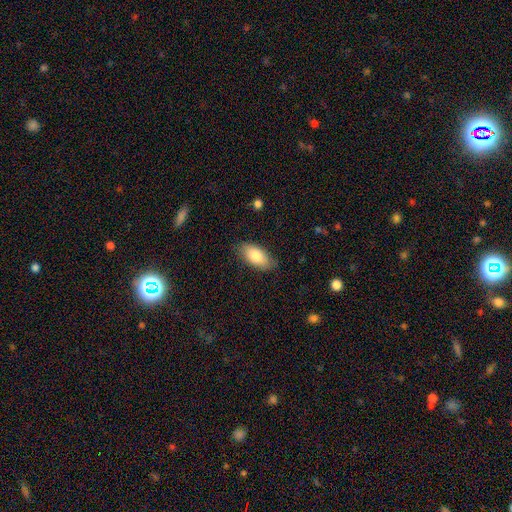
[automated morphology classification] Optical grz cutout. It shows a smooth galaxy with no disk features (83%) that is in between round and cigar-shaped (91%). Merging: none (82%).